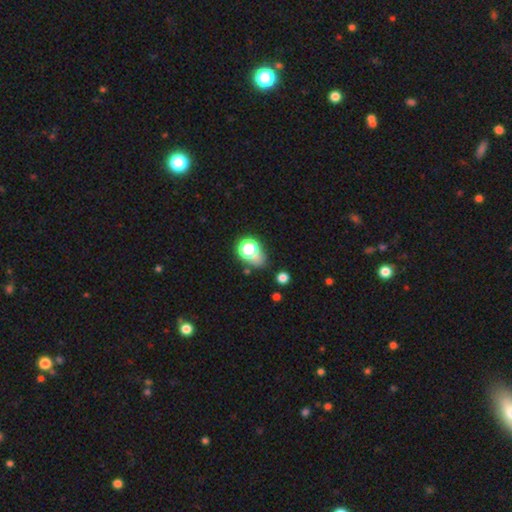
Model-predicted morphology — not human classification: type=smooth (69%); roundness=in between (52%); merging=none (47%).